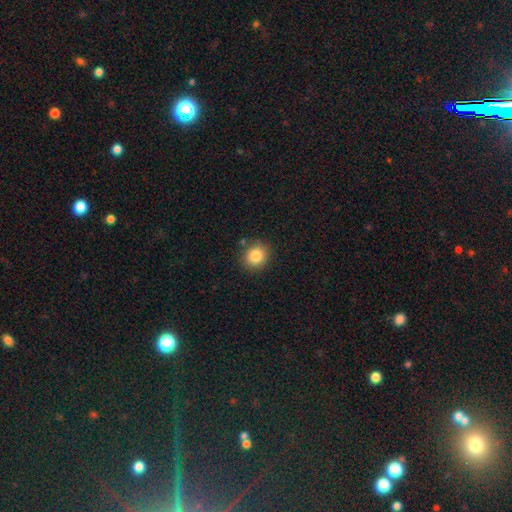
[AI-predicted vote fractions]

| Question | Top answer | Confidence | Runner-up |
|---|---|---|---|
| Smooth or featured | smooth | 85% | star or artifact (10%) |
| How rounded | round | 81% | in between (18%) |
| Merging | none | 85% | minor disturbance (10%) |